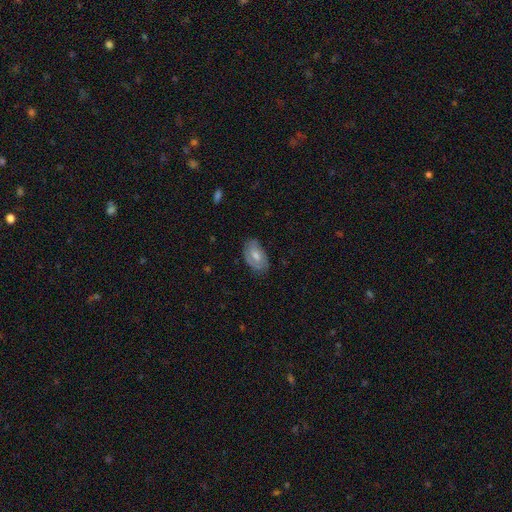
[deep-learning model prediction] This appears to be a smooth galaxy with no disk features (50%) that is in between round and cigar-shaped (91%). Merging: none (71%).